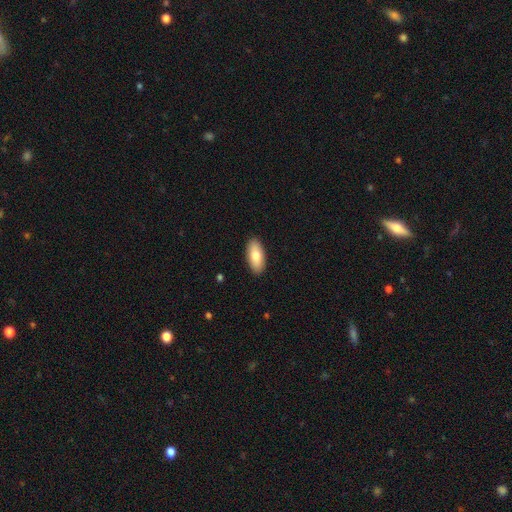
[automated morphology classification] Smooth or featured? Predicted: smooth (p=0.79). How rounded? Predicted: in between (p=0.90). Merging? Predicted: none (p=0.90).